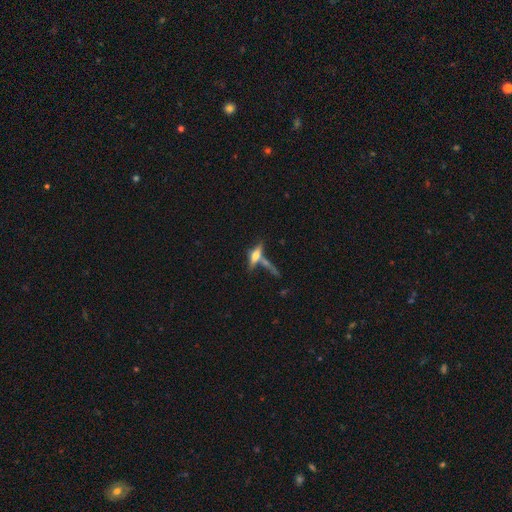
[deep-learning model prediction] smooth_or_featured: featured or disk (p=0.49) [alt: smooth p=0.40]
merging: none (p=0.45) [alt: merger p=0.31]